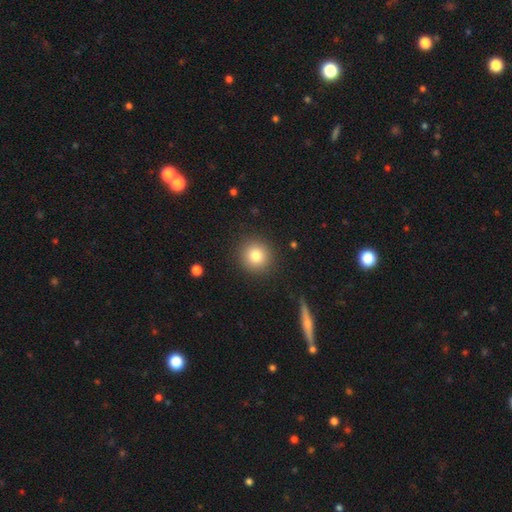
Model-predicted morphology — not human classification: Smooth or featured?
  - smooth: 81% *
  - star or artifact: 11%
  - featured or disk: 8%
How rounded?
  - round: 93% *
  - in between: 6%
  - cigar-shaped: 1%
Merging?
  - none: 90% *
  - minor disturbance: 6%
  - major disturbance: 2%
  - merger: 1%